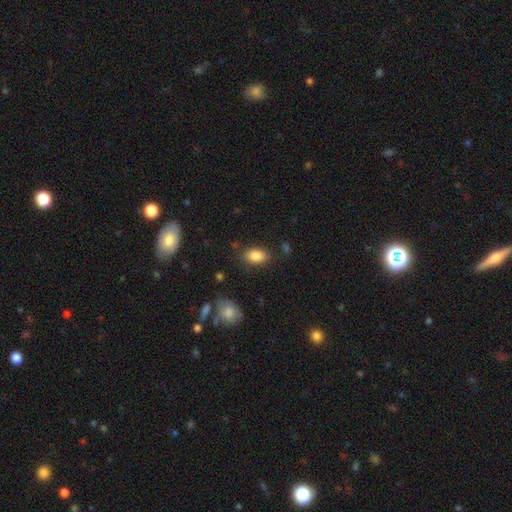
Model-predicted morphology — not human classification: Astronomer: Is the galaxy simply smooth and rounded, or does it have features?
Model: smooth — 86%.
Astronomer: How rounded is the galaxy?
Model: in between — 90%.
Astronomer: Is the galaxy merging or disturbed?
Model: none — 82%.